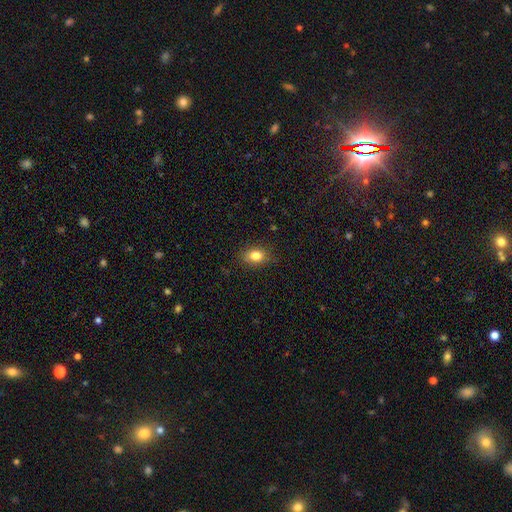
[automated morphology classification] smooth_or_featured: smooth (p=0.82) [alt: star or artifact p=0.10]
how_rounded: in between (p=0.69) [alt: round p=0.29]
merging: none (p=0.85) [alt: minor disturbance p=0.12]